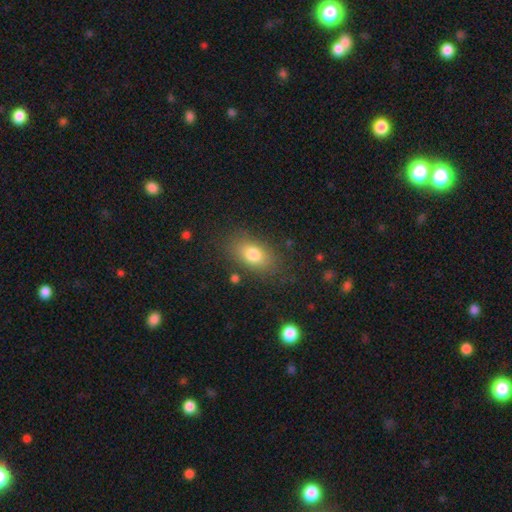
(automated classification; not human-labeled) Q: Smooth or featured?
A: smooth (79%); runner-up: featured or disk (11%)
Q: How rounded?
A: in between (83%); runner-up: round (14%)
Q: Merging?
A: none (81%); runner-up: minor disturbance (12%)